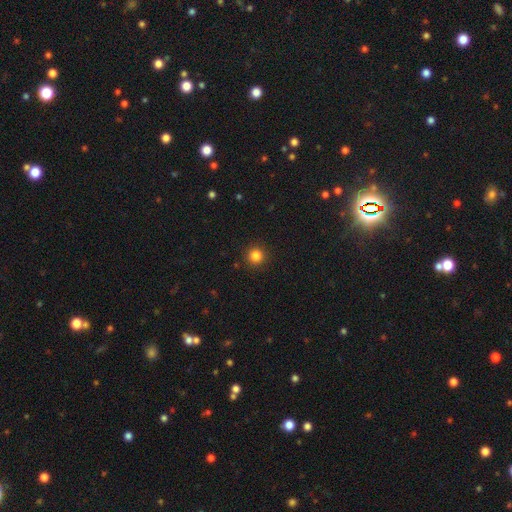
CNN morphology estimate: smooth_or_featured: smooth (p=0.84) [alt: star or artifact p=0.12]
how_rounded: round (p=0.95) [alt: in between p=0.04]
merging: none (p=0.91) [alt: minor disturbance p=0.06]